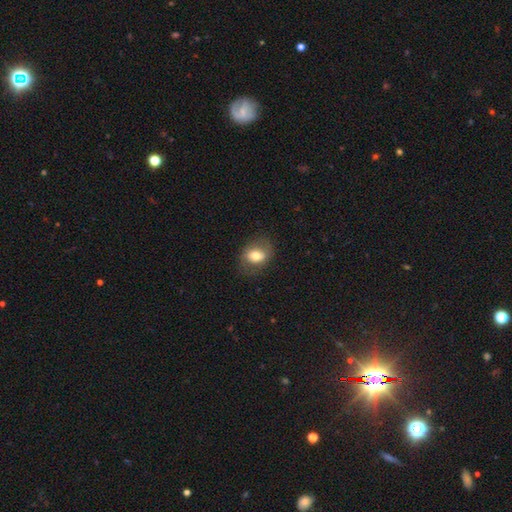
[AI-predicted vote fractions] Smooth or featured? smooth (63%)
How rounded? in between (62%)
Merging? none (75%)